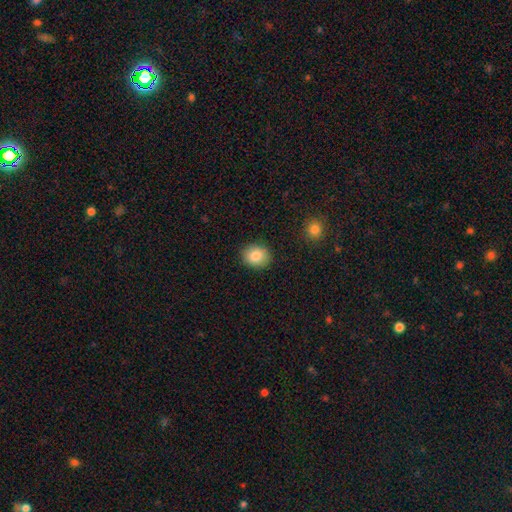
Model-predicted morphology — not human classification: Smooth or featured? Predicted: smooth (p=0.85). How rounded? Predicted: round (p=0.67). Merging? Predicted: none (p=0.89).